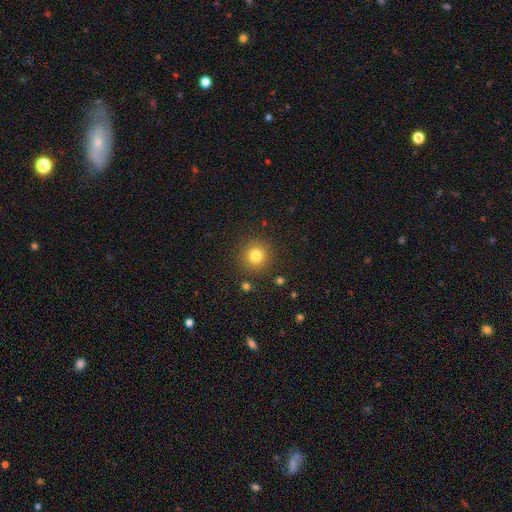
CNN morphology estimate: Smooth or featured? smooth (81%)
How rounded? round (93%)
Merging? none (88%)